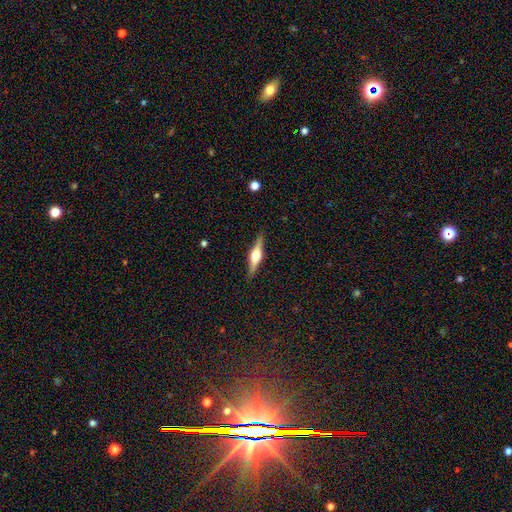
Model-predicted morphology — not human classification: type=featured or disk (72%); edge-on=yes (97%); edge-on bulge=rounded (92%); merging=none (89%).